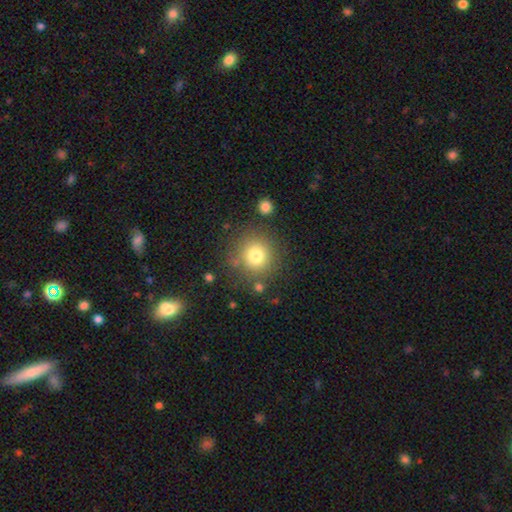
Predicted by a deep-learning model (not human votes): Smooth or featured? smooth (77%)
How rounded? round (92%)
Merging? none (81%)